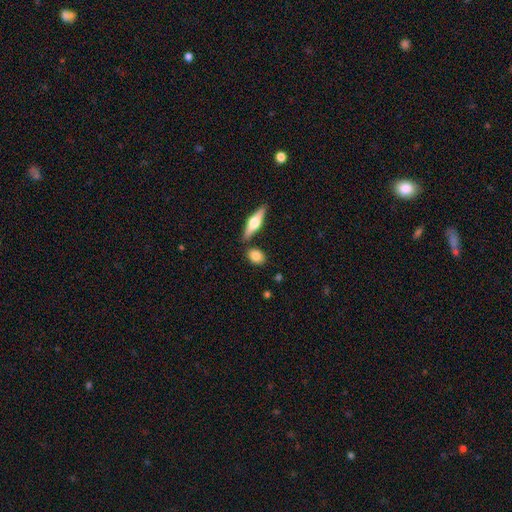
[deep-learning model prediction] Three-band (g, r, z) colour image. It shows a smooth galaxy with no disk features (78%) that is in between round and cigar-shaped (63%). Merging: none (75%).